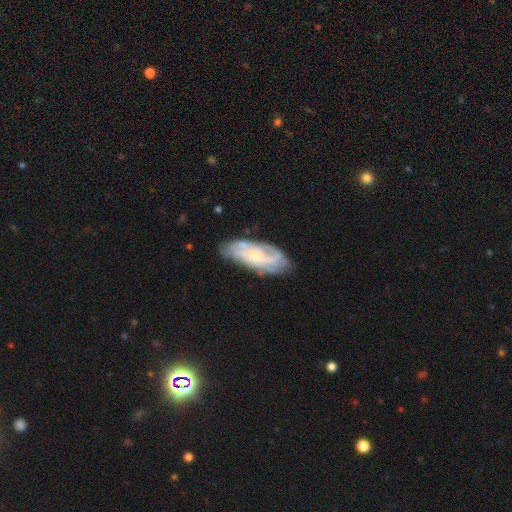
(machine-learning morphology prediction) Smooth or featured?
  - featured or disk: 67% *
  - smooth: 26%
  - star or artifact: 7%
Edge-on disk?
  - no: 88% *
  - yes: 12%
Bar?
  - no: 71% *
  - weak: 24%
  - strong: 5%
Spiral arms?
  - yes: 81% *
  - no: 19%
Bulge size?
  - small: 64% *
  - moderate: 27%
  - none: 5%
  - large: 2%
  - dominant: 1%
Merging?
  - none: 71% *
  - minor disturbance: 21%
  - major disturbance: 6%
  - merger: 2%